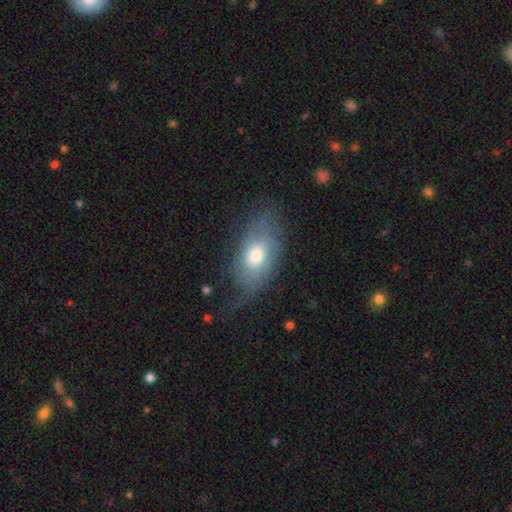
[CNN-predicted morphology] smooth_or_featured: smooth (p=0.51) [alt: featured or disk p=0.41]
how_rounded: in between (p=0.88) [alt: round p=0.07]
merging: none (p=0.55) [alt: minor disturbance p=0.27]